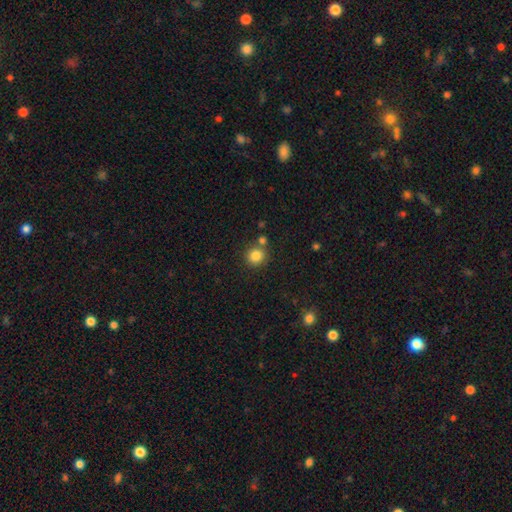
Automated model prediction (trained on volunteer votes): Smooth or featured? smooth (84%)
How rounded? round (91%)
Merging? none (75%)